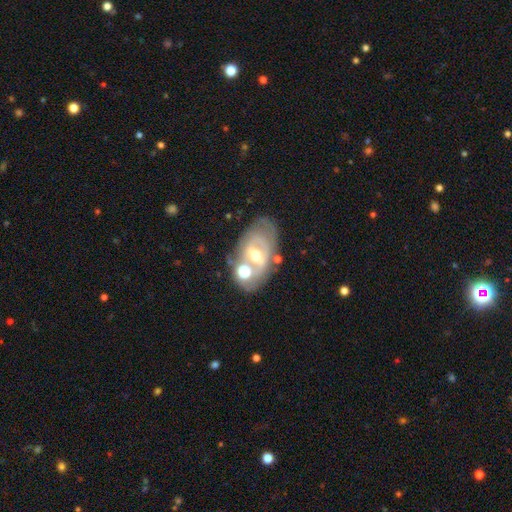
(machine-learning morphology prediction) type=featured or disk (73%); edge-on=no (94%); bar=weak (38%); spiral arms=yes (55%); bulge=moderate (67%); merging=none (53%).